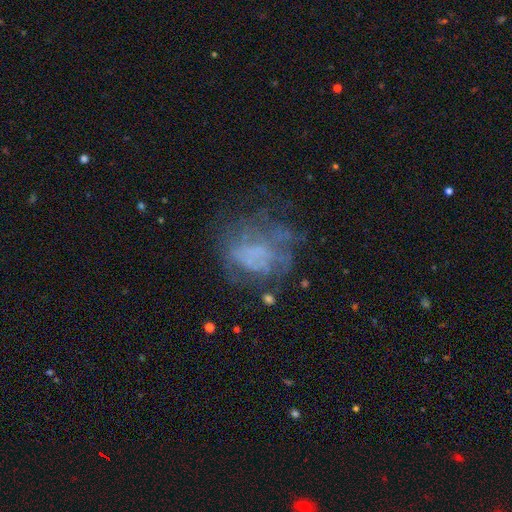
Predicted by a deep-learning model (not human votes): Morphology: type=featured or disk (49%); merging=none (52%).